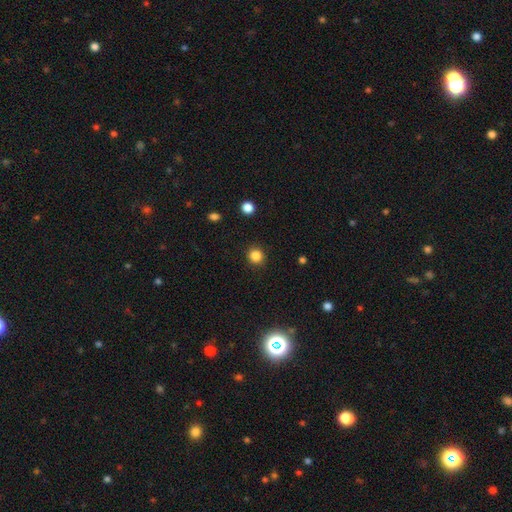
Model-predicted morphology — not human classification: Overall: smooth (84%). How rounded: round (92%). Merging: none (91%).